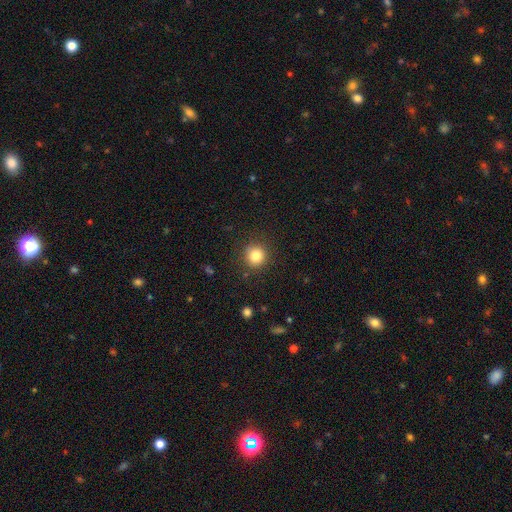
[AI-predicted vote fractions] smooth 83%, star or artifact 11%, featured or disk 6%. Down the decision tree: how rounded — round (93%); merging — none (89%).